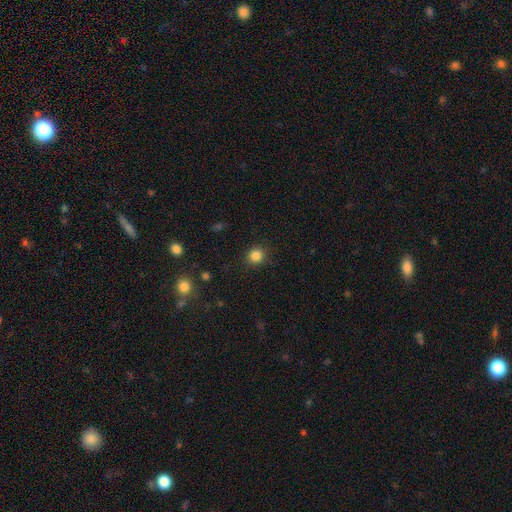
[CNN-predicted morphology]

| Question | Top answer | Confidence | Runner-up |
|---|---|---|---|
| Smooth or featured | smooth | 84% | star or artifact (12%) |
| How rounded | round | 87% | in between (12%) |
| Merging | none | 89% | minor disturbance (7%) |